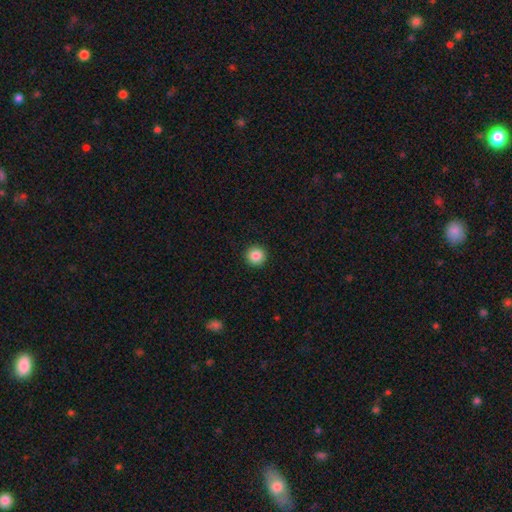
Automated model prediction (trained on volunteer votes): This appears to be a smooth galaxy with no disk features (86%) that is round (95%). Merging: none (93%).